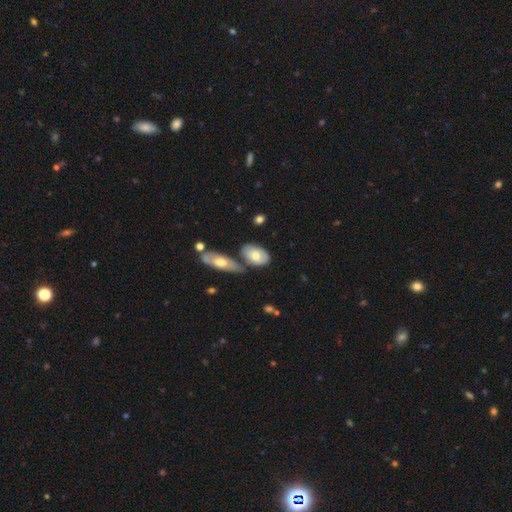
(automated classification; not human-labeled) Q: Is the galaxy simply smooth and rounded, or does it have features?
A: smooth — 66%.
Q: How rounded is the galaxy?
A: in between — 90%.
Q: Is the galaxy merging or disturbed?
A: none — 53%.